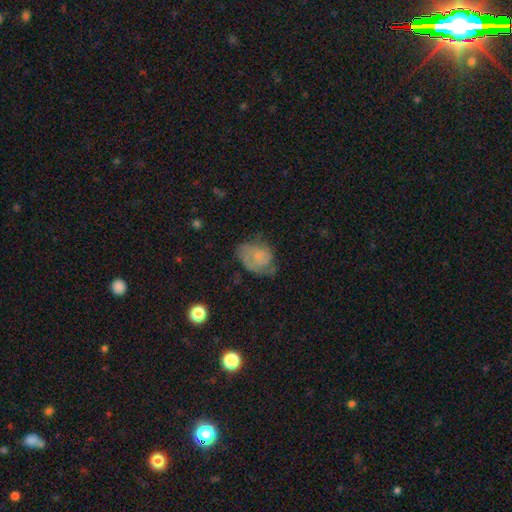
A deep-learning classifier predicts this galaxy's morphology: A featured or disk galaxy (54%) with no bar (77%), spiral arms (78%) and no central bulge (46%). Merging: none (47%).